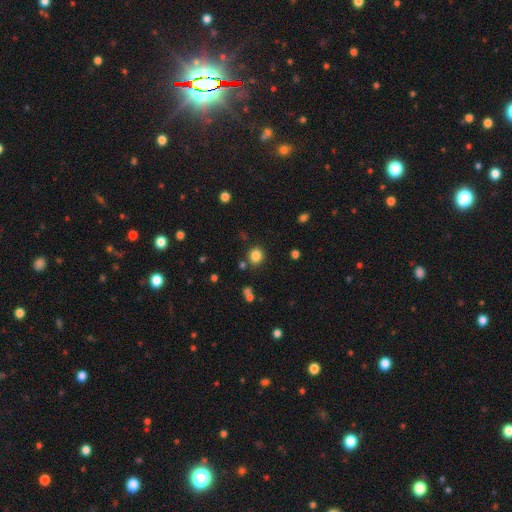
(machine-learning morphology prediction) This is clearly a smooth galaxy (84%). How rounded: likely round (79%). Merging: clearly none (83%).